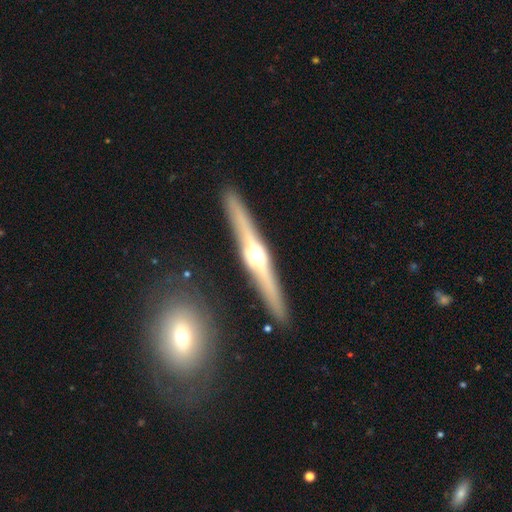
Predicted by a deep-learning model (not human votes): A featured or disk galaxy (76%) viewed edge-on (97%) with a rounded central bulge (94%). Merging: none (89%).